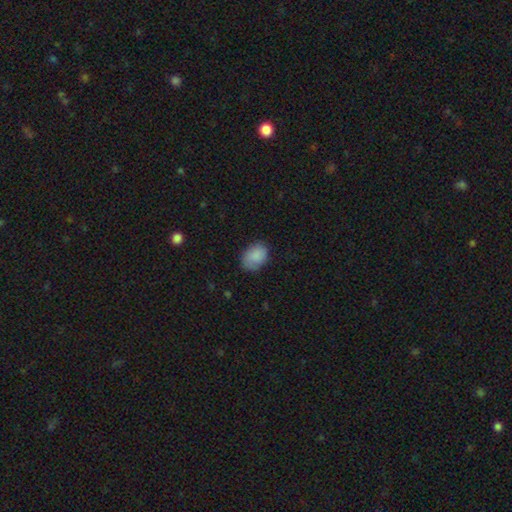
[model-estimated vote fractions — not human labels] Q: Smooth or featured?
A: smooth (87%); runner-up: star or artifact (7%)
Q: How rounded?
A: in between (78%); runner-up: round (21%)
Q: Merging?
A: none (73%); runner-up: minor disturbance (22%)